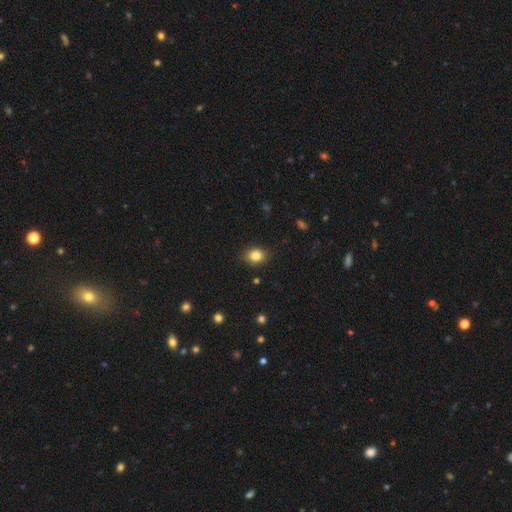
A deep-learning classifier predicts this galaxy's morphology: smooth_or_featured: smooth (p=0.83) [alt: star or artifact p=0.10]
how_rounded: round (p=0.50) [alt: in between p=0.49]
merging: none (p=0.87) [alt: minor disturbance p=0.10]